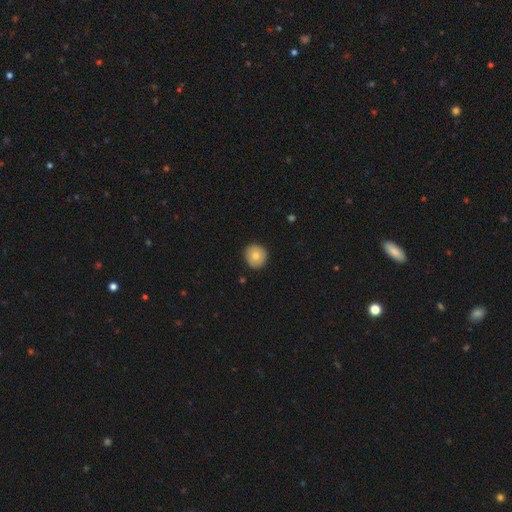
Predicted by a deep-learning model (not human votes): This appears to be a smooth galaxy with no disk features (80%) that is round (91%). Merging: none (91%).